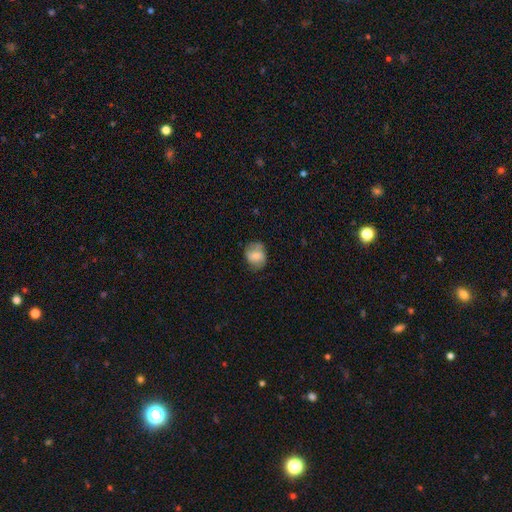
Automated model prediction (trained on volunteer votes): This appears to be a smooth galaxy with no disk features (64%) that is round (60%). Merging: none (62%).